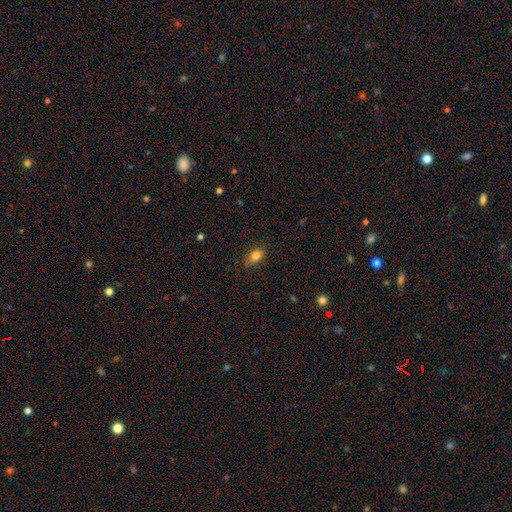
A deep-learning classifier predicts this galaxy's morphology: Smooth or featured?
  - smooth: 82% *
  - star or artifact: 10%
  - featured or disk: 8%
How rounded?
  - in between: 81% *
  - round: 16%
  - cigar-shaped: 3%
Merging?
  - none: 82% *
  - minor disturbance: 14%
  - major disturbance: 3%
  - merger: 1%